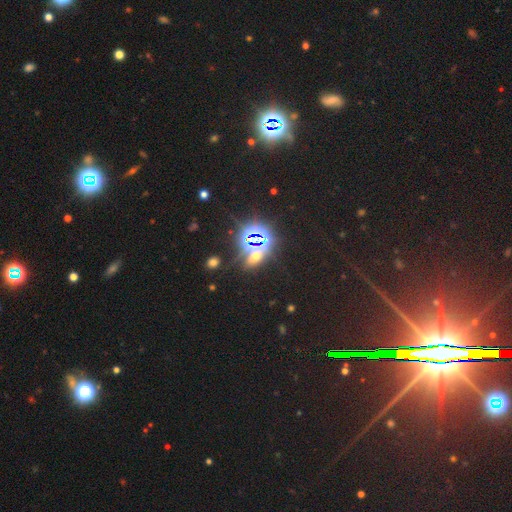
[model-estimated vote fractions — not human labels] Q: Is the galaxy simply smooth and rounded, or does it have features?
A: star or artifact — 67%.